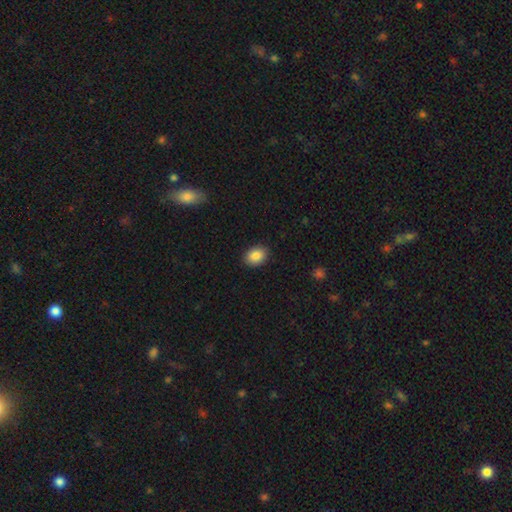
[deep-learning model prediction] Overall: smooth (87%). How rounded: in between (70%). Merging: none (89%).